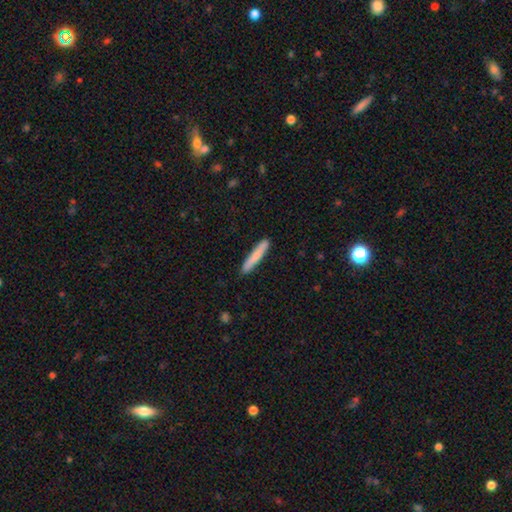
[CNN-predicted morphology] This appears to be a smooth galaxy with no disk features (77%) that is cigar-shaped (94%). Merging: none (89%).